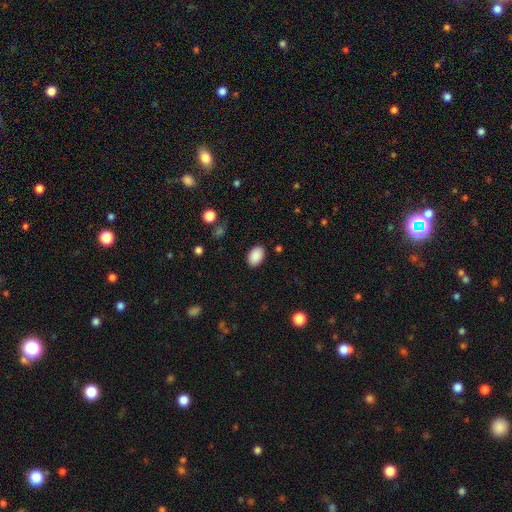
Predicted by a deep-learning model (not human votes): Q: Smooth or featured?
A: smooth (90%); runner-up: star or artifact (7%)
Q: How rounded?
A: in between (87%); runner-up: round (12%)
Q: Merging?
A: none (88%); runner-up: minor disturbance (8%)